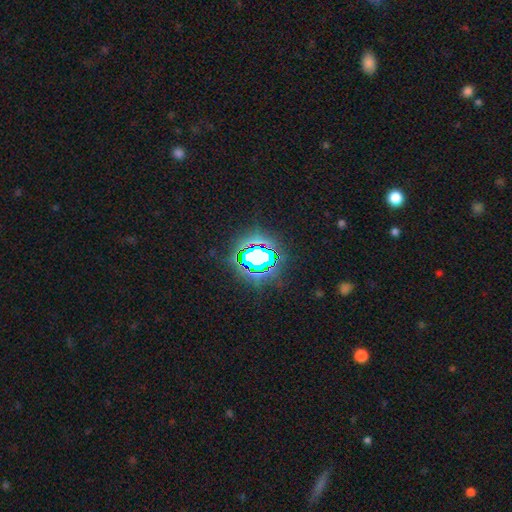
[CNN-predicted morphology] star or artifact 67%, smooth 21%, featured or disk 12%.